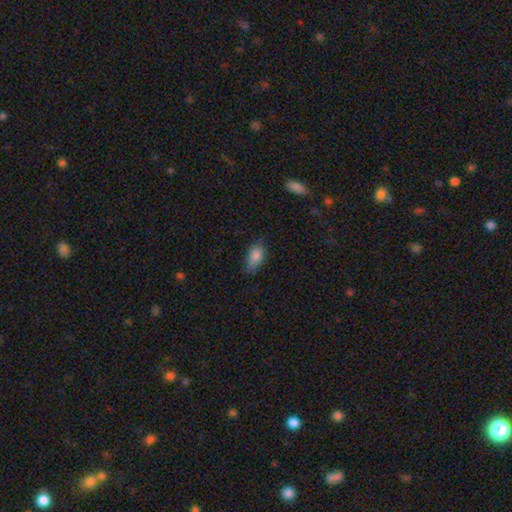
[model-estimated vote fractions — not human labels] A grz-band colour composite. It shows a smooth galaxy with no disk features (83%) that is in between round and cigar-shaped (89%). Merging: none (65%).